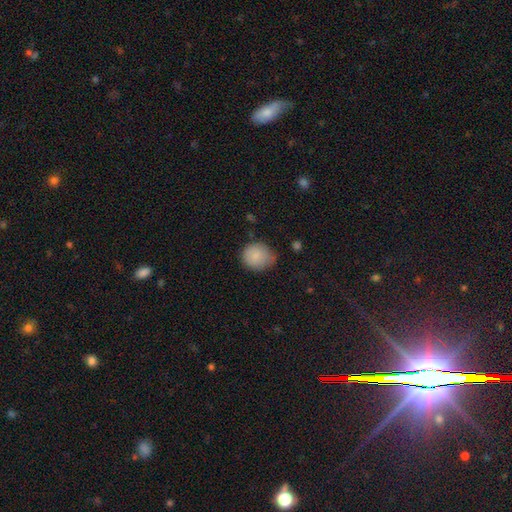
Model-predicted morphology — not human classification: Smooth or featured?
  - smooth: 86% *
  - star or artifact: 8%
  - featured or disk: 6%
How rounded?
  - round: 83% *
  - in between: 16%
  - cigar-shaped: 1%
Merging?
  - none: 61% *
  - minor disturbance: 31%
  - major disturbance: 6%
  - merger: 2%